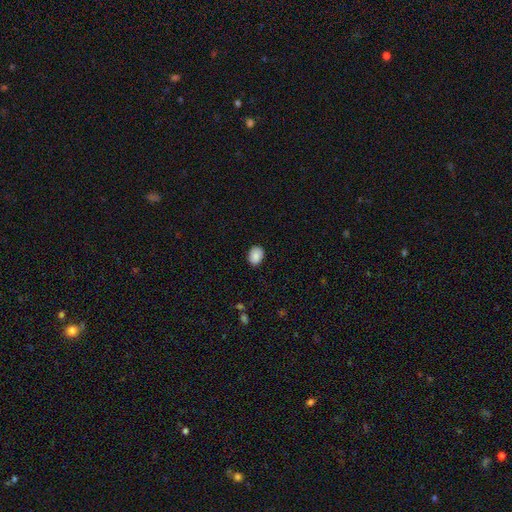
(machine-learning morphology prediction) This appears to be a smooth galaxy with no disk features (89%) that is in between round and cigar-shaped (71%). Merging: none (85%).